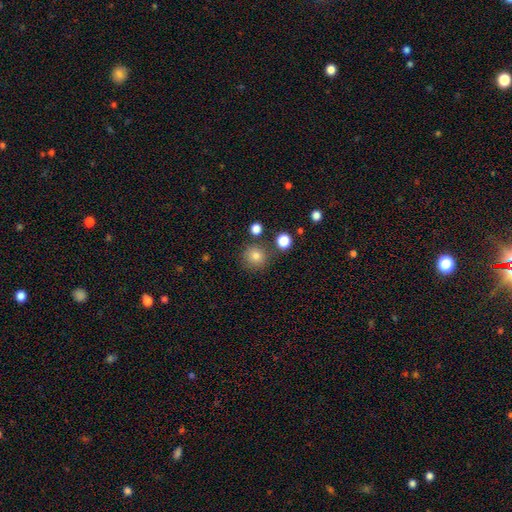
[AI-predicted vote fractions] Smooth or featured: smooth — 81% (star or artifact — 13%)
How rounded: round — 92% (in between — 7%)
Merging: none — 81% (minor disturbance — 9%)